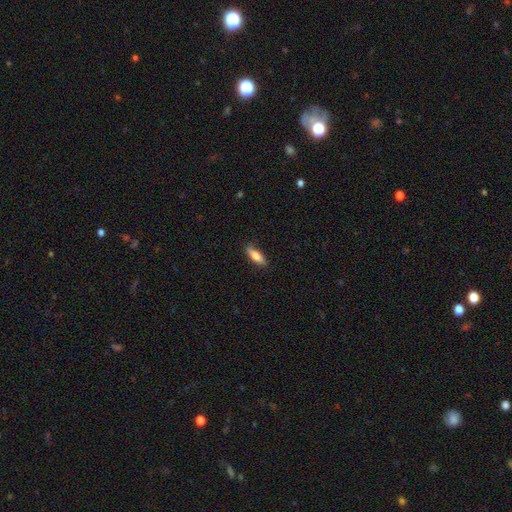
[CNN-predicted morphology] The model was most divided on "how rounded": in between: 52%, cigar-shaped: 46%, round: 2%. More confident: merging — none (86%); smooth or featured — smooth (76%).